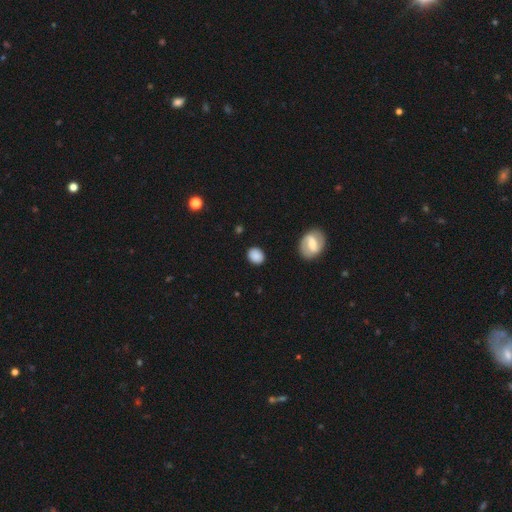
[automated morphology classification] A smooth galaxy with no disk features (83%) that is round (61%). Merging: none (86%).